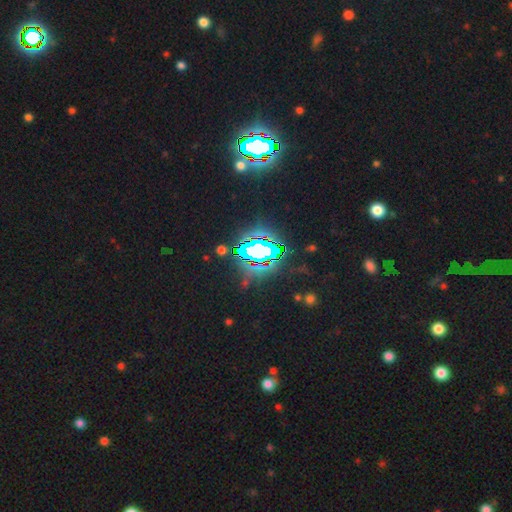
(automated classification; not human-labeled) The model was most divided on "smooth or featured": star or artifact: 84%, smooth: 10%, featured or disk: 6%.